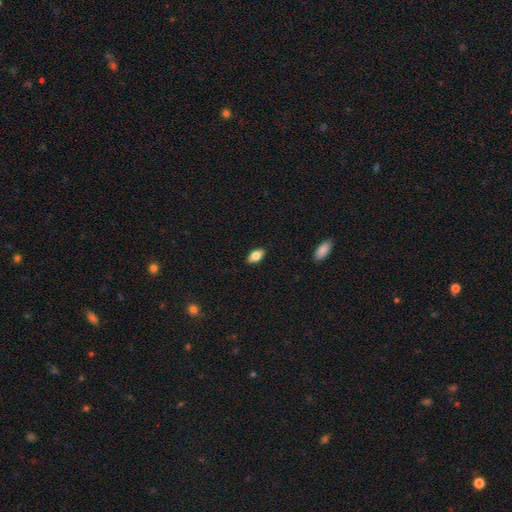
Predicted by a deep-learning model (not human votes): Smooth or featured: smooth — 77% (featured or disk — 16%)
How rounded: in between — 90% (cigar-shaped — 6%)
Merging: none — 88% (minor disturbance — 9%)